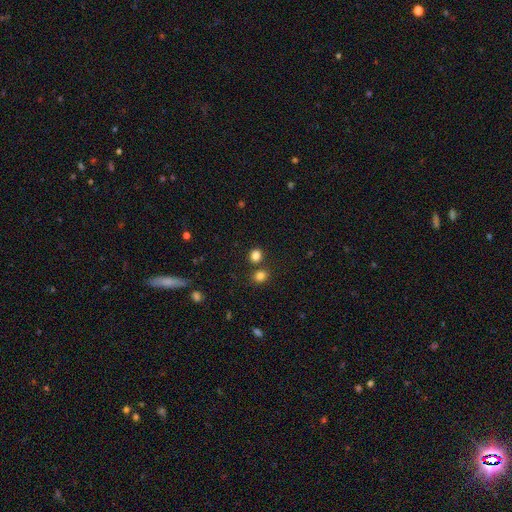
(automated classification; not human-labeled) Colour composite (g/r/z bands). It shows a smooth galaxy with no disk features (82%) that is round (69%). Merging: none (73%).